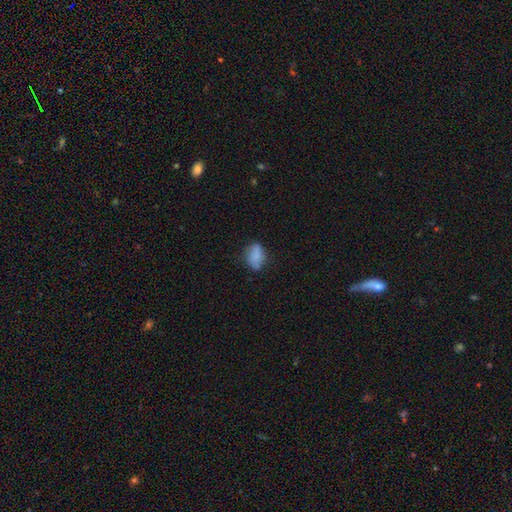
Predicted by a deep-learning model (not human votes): This is likely a smooth galaxy (77%). How rounded: likely in between (80%). Merging: likely none (64%).